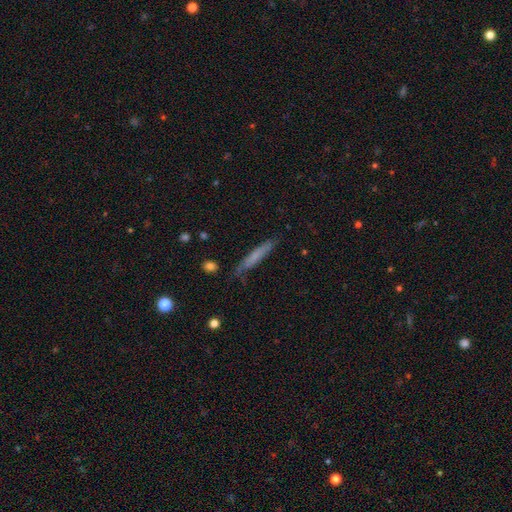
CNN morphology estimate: smooth 63%, featured or disk 30%, star or artifact 6%. Down the decision tree: how rounded — cigar-shaped (93%); merging — none (75%).